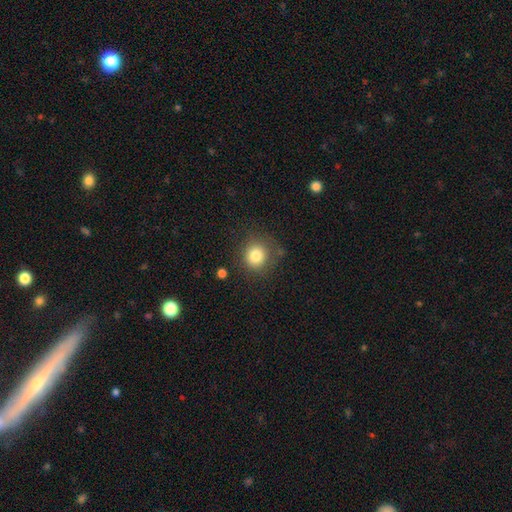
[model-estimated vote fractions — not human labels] Overall: smooth (81%). How rounded: round (89%). Merging: none (77%).